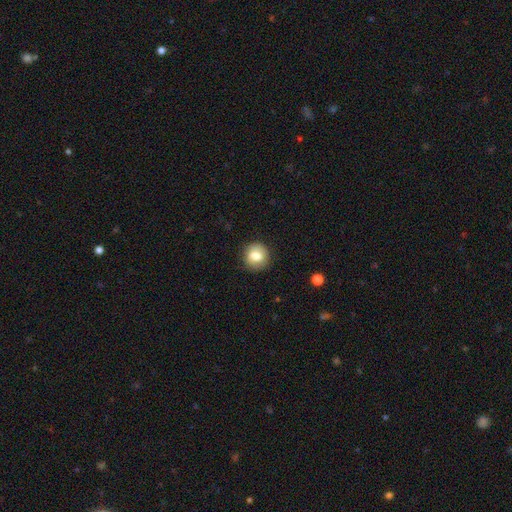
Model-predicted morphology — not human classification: This appears to be a smooth galaxy with no disk features (79%) that is round (88%). Merging: none (88%).